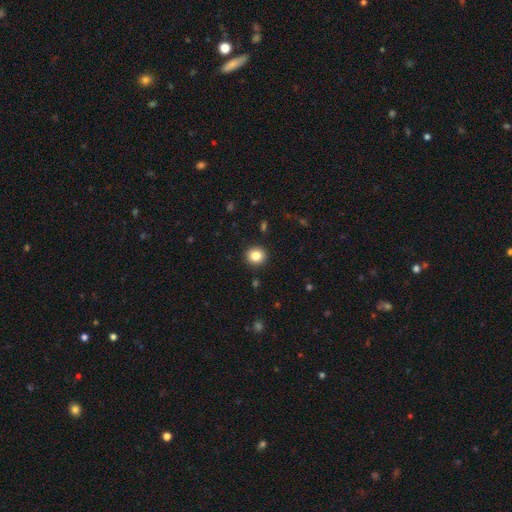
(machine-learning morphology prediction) type=smooth (84%); roundness=round (90%); merging=none (92%).